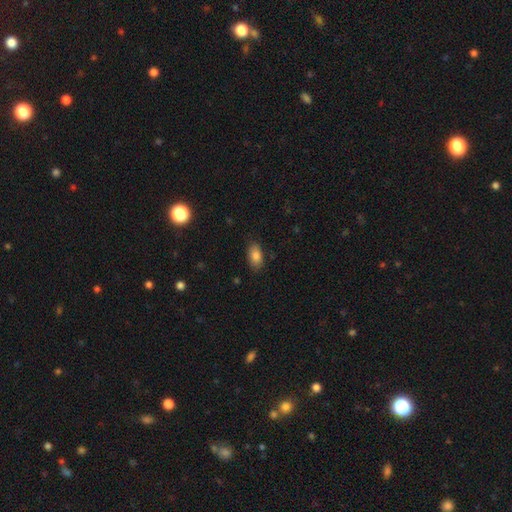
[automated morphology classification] type=smooth (84%); roundness=in between (91%); merging=none (84%).